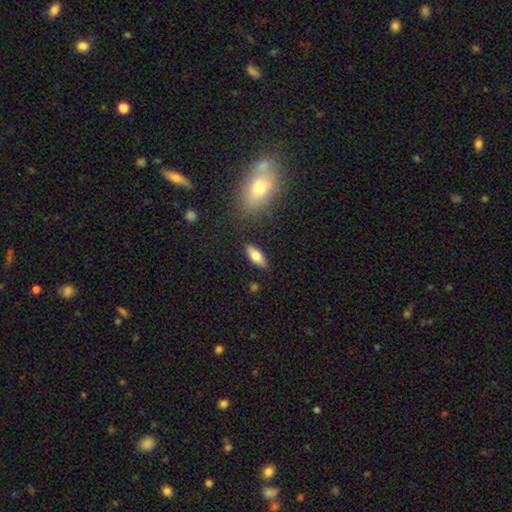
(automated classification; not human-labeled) Morphology: type=smooth (74%); roundness=in between (79%); merging=none (85%).